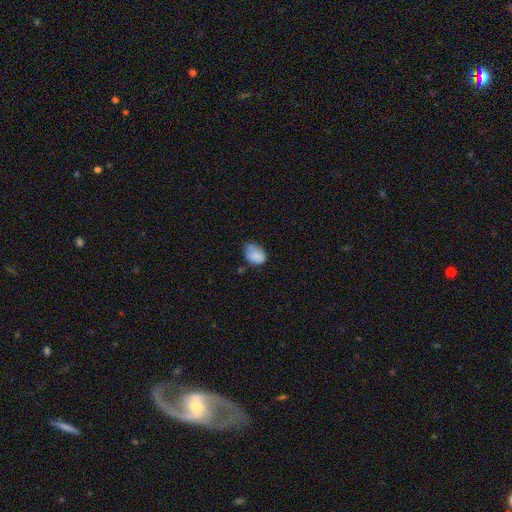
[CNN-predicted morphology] A smooth galaxy with no disk features (81%) that is in between round and cigar-shaped (73%). Merging: none (47%).